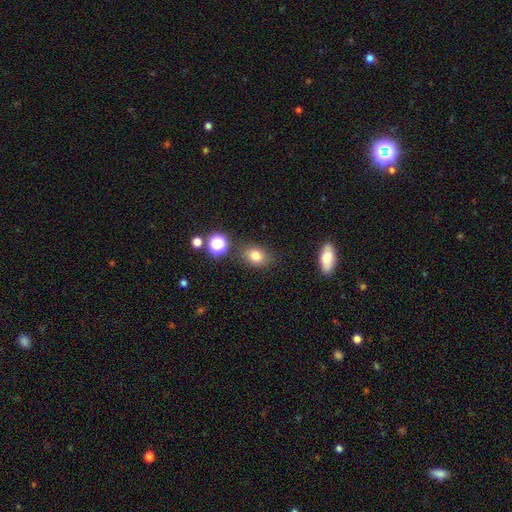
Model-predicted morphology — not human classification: This is likely a smooth galaxy (79%). How rounded: possibly in between (59%). Merging: clearly none (80%).